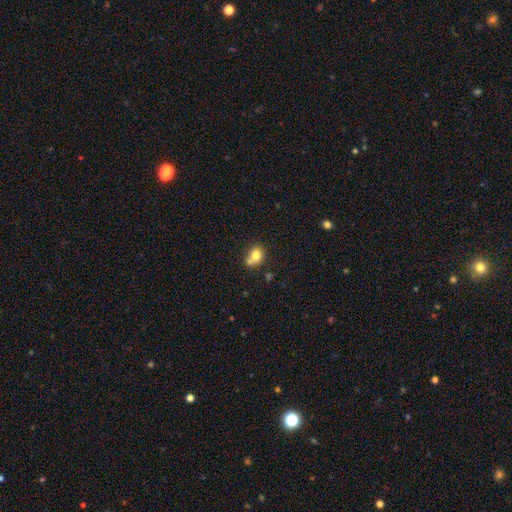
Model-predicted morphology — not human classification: type=smooth (76%); roundness=round (55%); merging=none (40%).